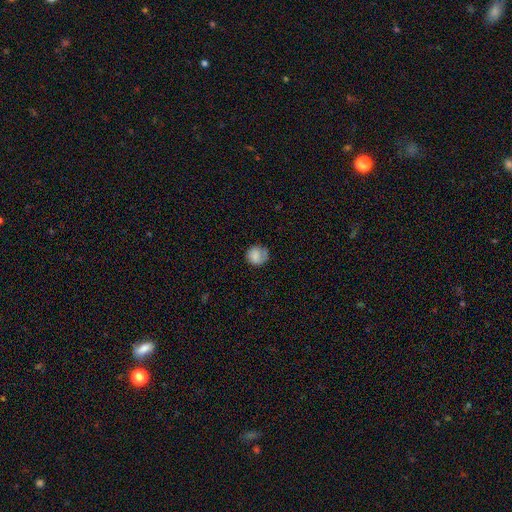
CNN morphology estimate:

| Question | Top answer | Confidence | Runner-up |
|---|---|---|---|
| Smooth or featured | smooth | 78% | featured or disk (14%) |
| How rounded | round | 85% | in between (14%) |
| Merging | none | 65% | minor disturbance (23%) |